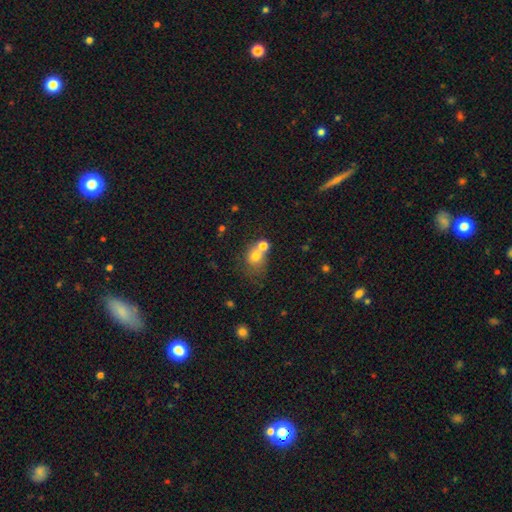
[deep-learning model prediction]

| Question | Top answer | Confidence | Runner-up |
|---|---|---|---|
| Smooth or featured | smooth | 70% | featured or disk (17%) |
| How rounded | round | 52% | in between (47%) |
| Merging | merger | 54% | none (27%) |